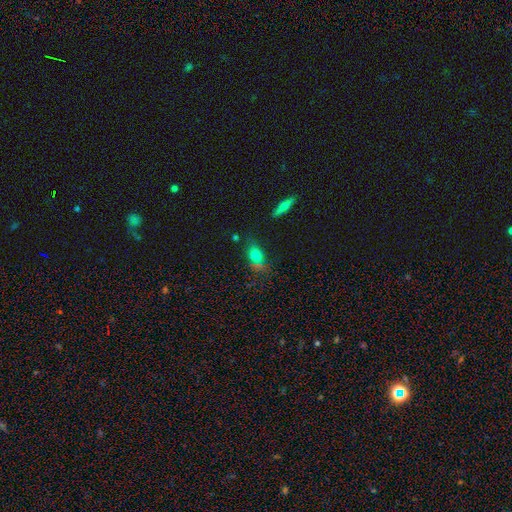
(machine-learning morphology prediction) Overall: smooth (72%). How rounded: in between (67%). Merging: none (59%; minor disturbance 19%).